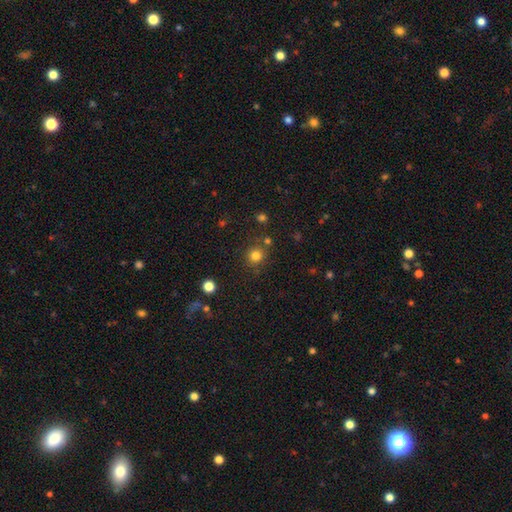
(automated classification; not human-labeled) Smooth or featured? Predicted: smooth (p=0.80). How rounded? Predicted: round (p=0.91). Merging? Predicted: none (p=0.81).